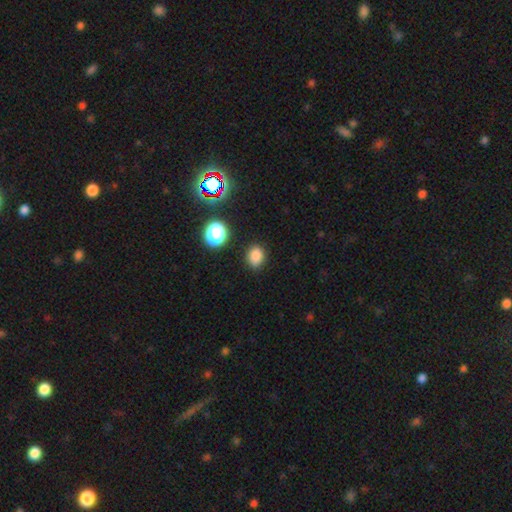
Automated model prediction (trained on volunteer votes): Smooth or featured: smooth — 82% (star or artifact — 14%)
How rounded: in between — 56% (round — 43%)
Merging: none — 83% (minor disturbance — 12%)